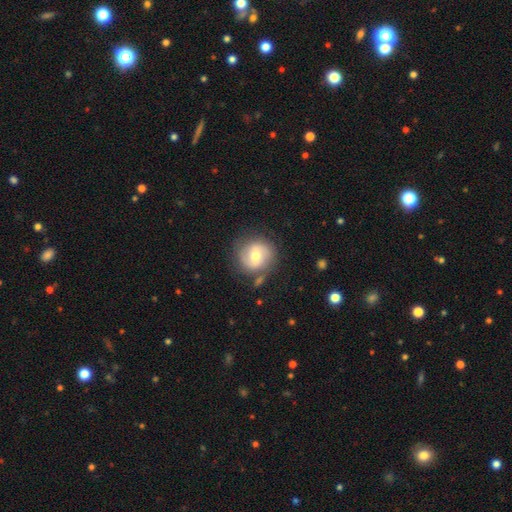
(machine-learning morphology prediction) smooth 50%, featured or disk 43%, star or artifact 7%. Down the decision tree: merging — none (74%).